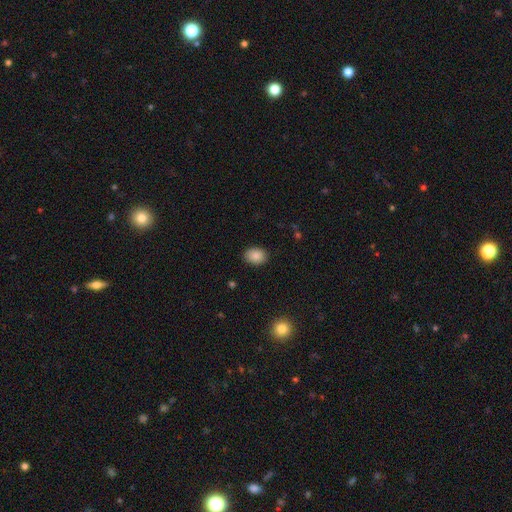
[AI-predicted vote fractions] Morphology: type=smooth (88%); roundness=in between (68%); merging=none (88%).